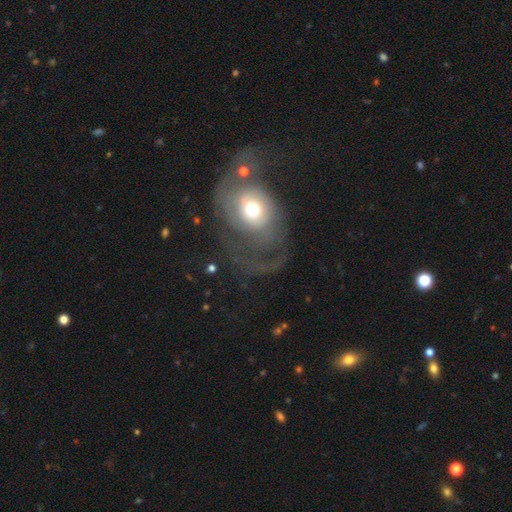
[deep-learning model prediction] Smooth or featured?
  - featured or disk: 70% *
  - smooth: 20%
  - star or artifact: 10%
Edge-on disk?
  - no: 96% *
  - yes: 4%
Bar?
  - no: 71% *
  - weak: 22%
  - strong: 8%
Spiral arms?
  - yes: 74% *
  - no: 26%
Bulge size?
  - moderate: 63% *
  - small: 18%
  - large: 15%
  - dominant: 3%
  - none: 2%
Merging?
  - none: 45% *
  - major disturbance: 28%
  - minor disturbance: 17%
  - merger: 10%